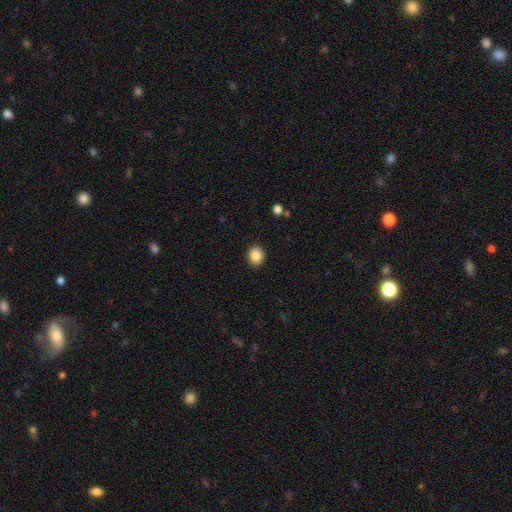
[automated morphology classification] Overall: smooth (87%). How rounded: round (62%; in between 37%). Merging: none (91%).